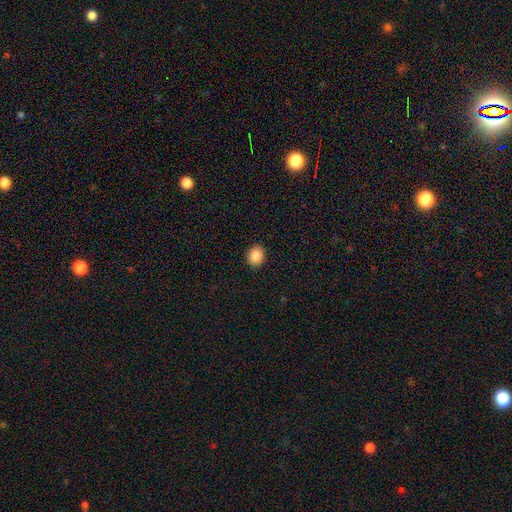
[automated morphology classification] A smooth galaxy with no disk features (86%) that is round (58%). Merging: none (91%).